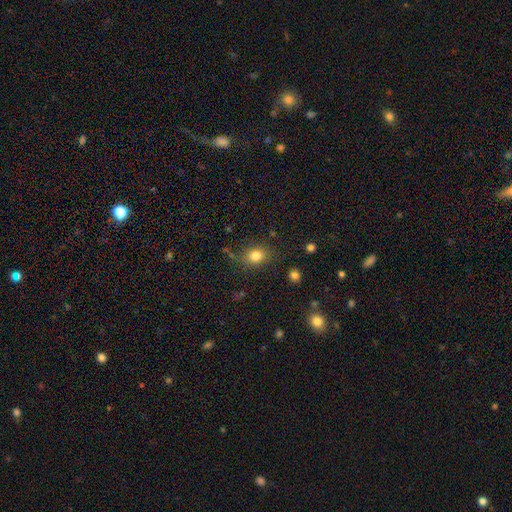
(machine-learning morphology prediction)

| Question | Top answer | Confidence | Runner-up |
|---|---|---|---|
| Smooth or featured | smooth | 81% | star or artifact (12%) |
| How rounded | round | 51% | in between (48%) |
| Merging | none | 79% | minor disturbance (14%) |